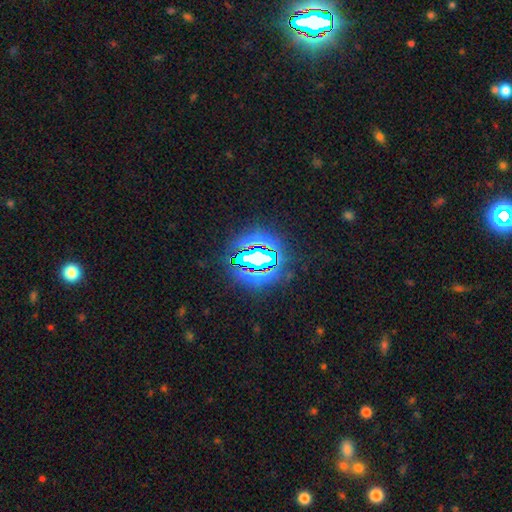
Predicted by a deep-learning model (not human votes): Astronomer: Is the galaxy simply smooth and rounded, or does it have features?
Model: star or artifact — 75%.